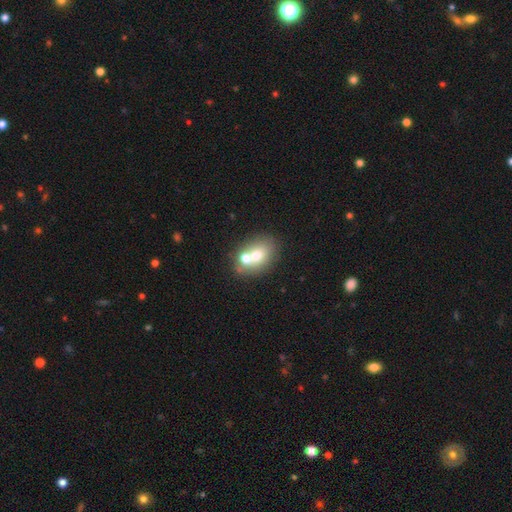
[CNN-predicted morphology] A smooth galaxy with no disk features (65%) that is in between round and cigar-shaped (62%).

Vote fractions:
- Smooth or featured? smooth: 65% / featured or disk: 24% / star or artifact: 11%
- How rounded? in between: 62% / round: 37% / cigar-shaped: 1%
- Merging? merger: 47% / none: 40% / minor disturbance: 9% / major disturbance: 4%